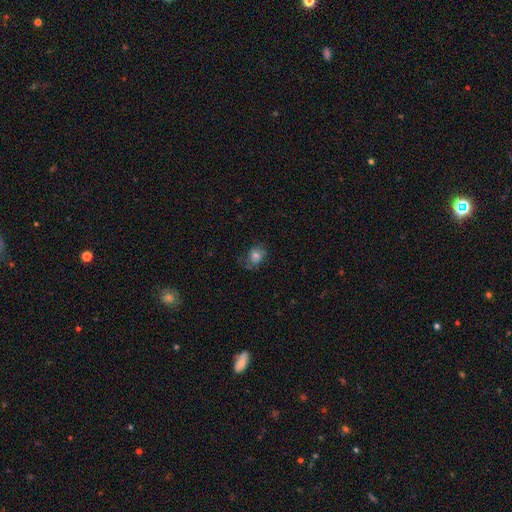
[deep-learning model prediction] Smooth or featured: smooth — 71% (featured or disk — 17%)
How rounded: round — 56% (in between — 43%)
Merging: none — 59% (minor disturbance — 25%)